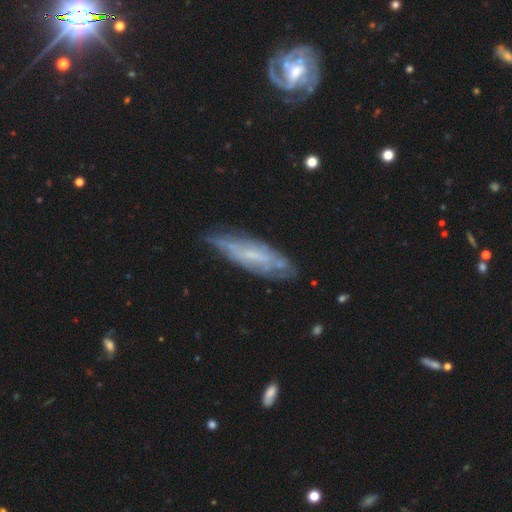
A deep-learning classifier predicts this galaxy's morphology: Q: Smooth or featured?
A: featured or disk (62%); runner-up: smooth (29%)
Q: Edge-on disk?
A: no (59%); runner-up: yes (41%)
Q: Merging?
A: none (72%); runner-up: minor disturbance (21%)